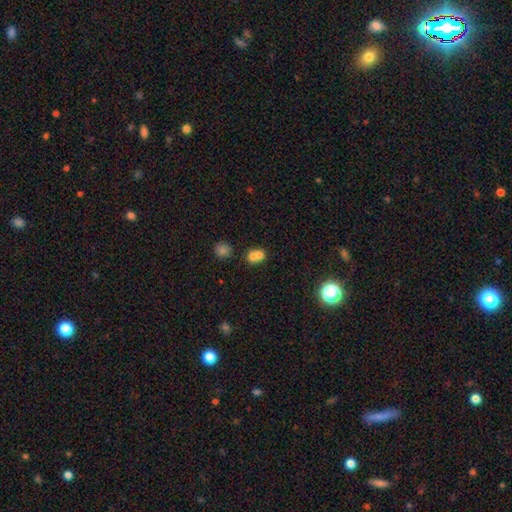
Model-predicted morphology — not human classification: smooth-or-featured: smooth: 70% | featured or disk: 16% | star or artifact: 13%
  how-rounded: round: 66% | in between: 33% | cigar-shaped: 1%
  merging: merger: 64% | none: 27% | minor disturbance: 6% | major disturbance: 3%